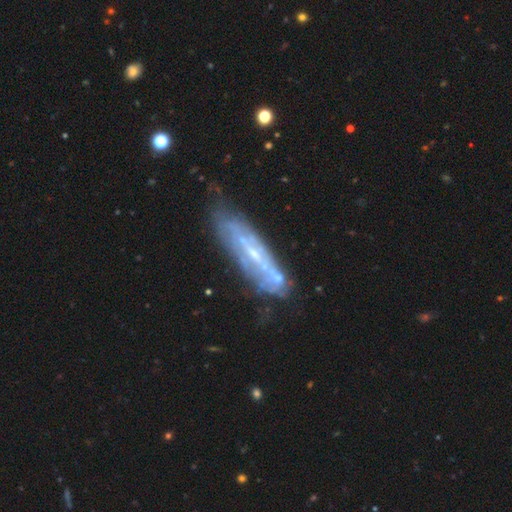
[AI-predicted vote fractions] featured or disk 75%, smooth 18%, star or artifact 8%. Down the decision tree: edge-on disk — no (60%); merging — none (62%).